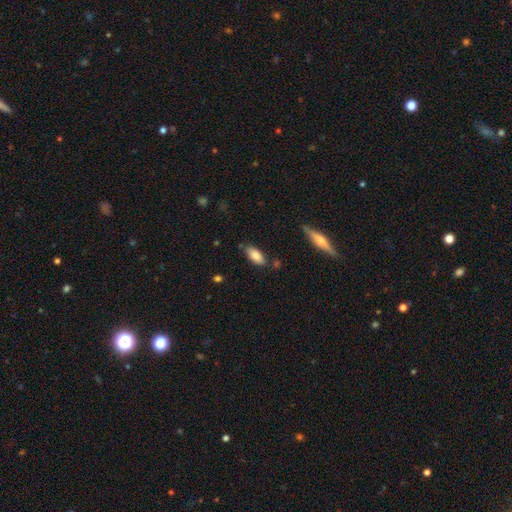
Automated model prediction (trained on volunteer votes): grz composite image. It shows a smooth galaxy with no disk features (82%) that is in between round and cigar-shaped (84%). Merging: none (78%).